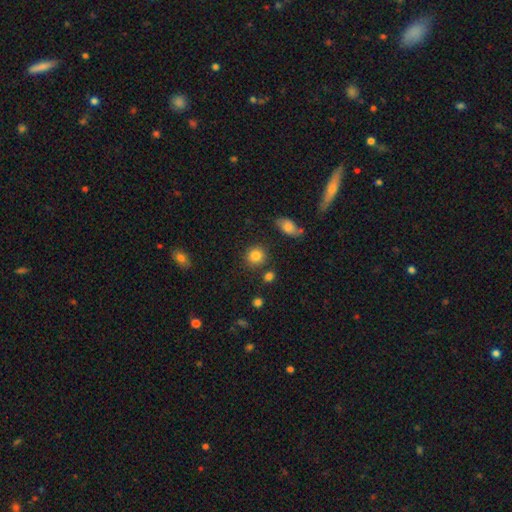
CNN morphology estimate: smooth_or_featured: smooth (p=0.85) [alt: star or artifact p=0.10]
how_rounded: round (p=0.84) [alt: in between p=0.15]
merging: none (p=0.81) [alt: minor disturbance p=0.10]